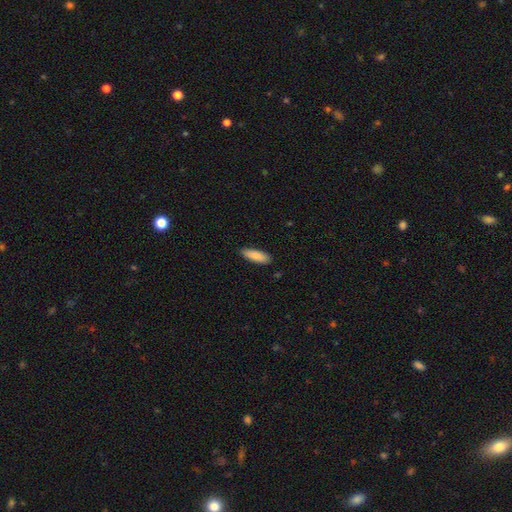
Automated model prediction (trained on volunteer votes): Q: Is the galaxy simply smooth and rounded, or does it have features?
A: smooth — 87%.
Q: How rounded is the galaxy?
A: in between — 61%.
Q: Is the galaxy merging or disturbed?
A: none — 87%.